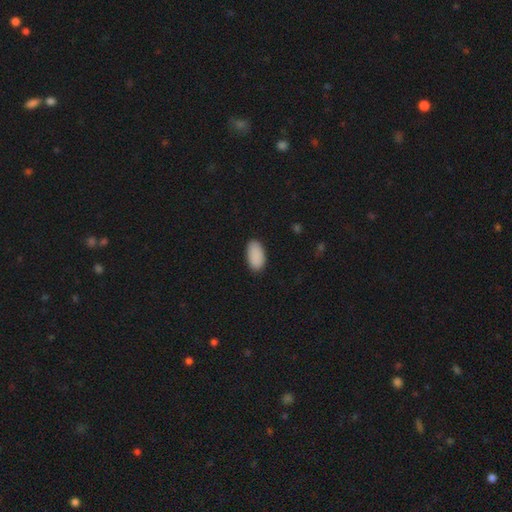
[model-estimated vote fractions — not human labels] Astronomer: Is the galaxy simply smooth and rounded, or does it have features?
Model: smooth — 90%.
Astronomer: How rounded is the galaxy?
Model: in between — 95%.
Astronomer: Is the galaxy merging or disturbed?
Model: none — 86%.